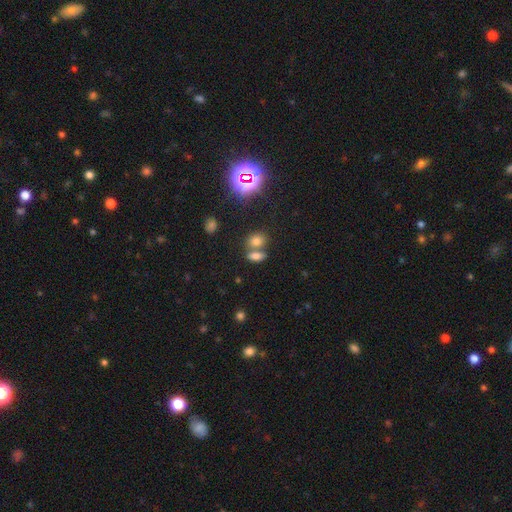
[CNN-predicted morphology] This is likely a smooth galaxy (71%). How rounded: likely in between (77%). Merging: marginally none (45%).